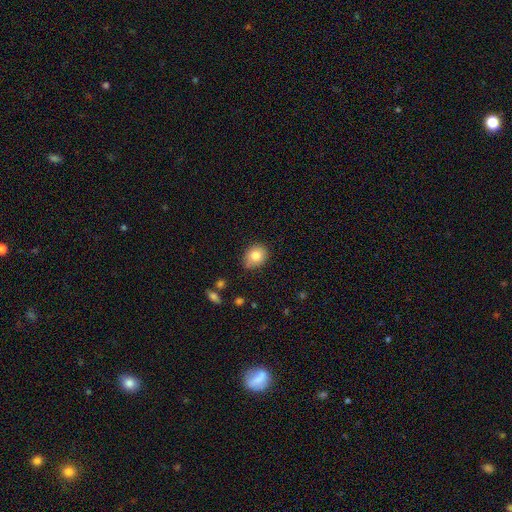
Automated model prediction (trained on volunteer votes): This is clearly a smooth galaxy (81%). How rounded: possibly round (59%). Merging: likely none (79%).